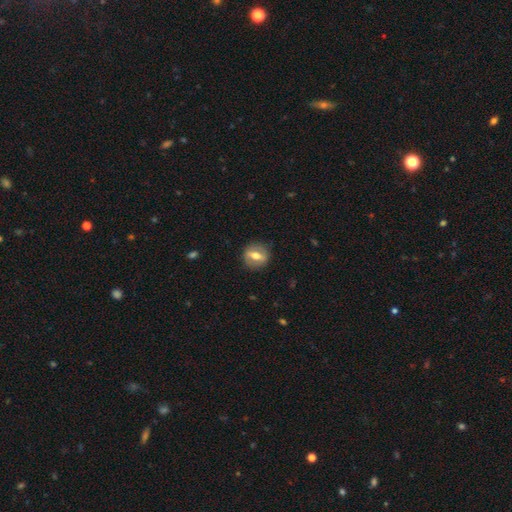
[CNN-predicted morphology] This appears to be a featured or disk galaxy (48%). Merging: none (86%).